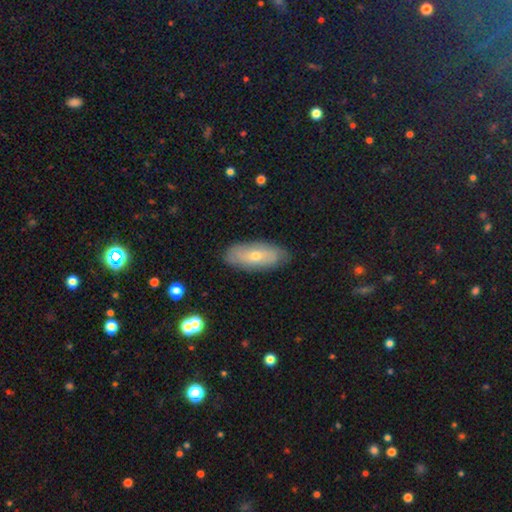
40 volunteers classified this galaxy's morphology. Overall: featured or disk (60%; smooth 32%). Edge-on disk: no (92%). Bar: no (86%). Spiral arms: yes (55%; no 45%). Spiral arm count: can't tell (58%; 2 33%). Spiral winding: tight (67%). Bulge size: small (55%; moderate 41%). Merging: none (92%).